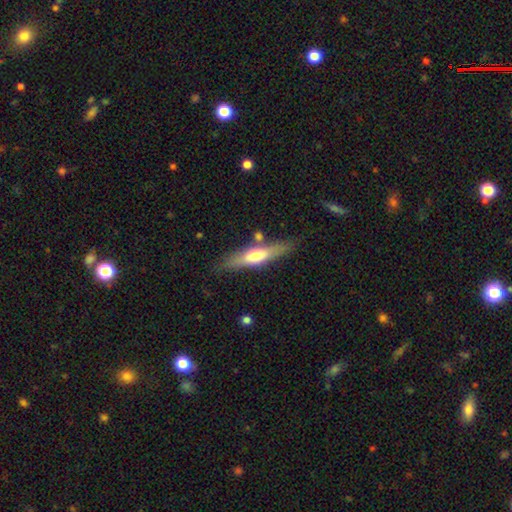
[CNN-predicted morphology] smooth_or_featured: smooth (p=0.48) [alt: featured or disk p=0.46]
merging: none (p=0.76) [alt: minor disturbance p=0.13]